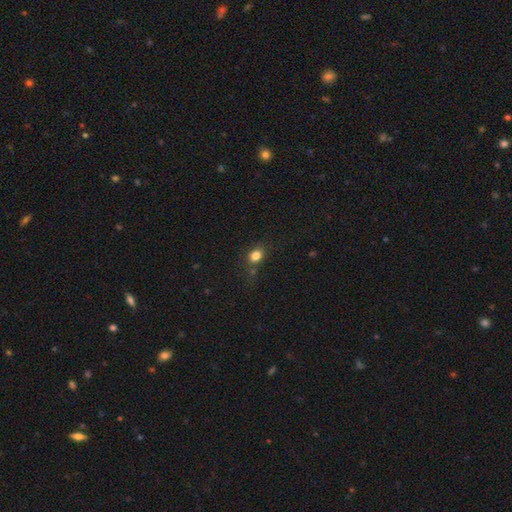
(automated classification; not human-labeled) Morphology: type=smooth (81%); roundness=in between (57%); merging=none (71%).